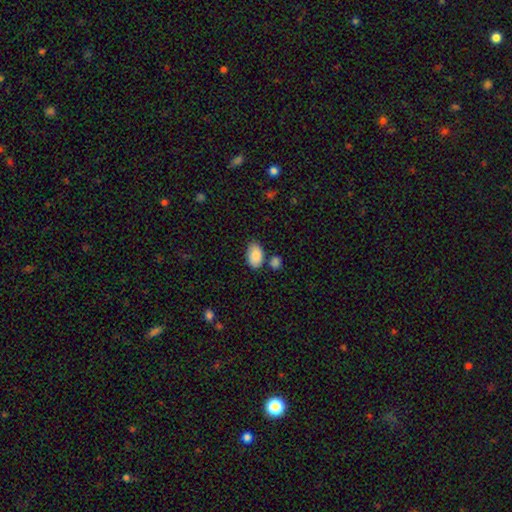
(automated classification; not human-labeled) This appears to be a smooth galaxy with no disk features (87%) that is in between round and cigar-shaped (91%). Merging: none (66%).